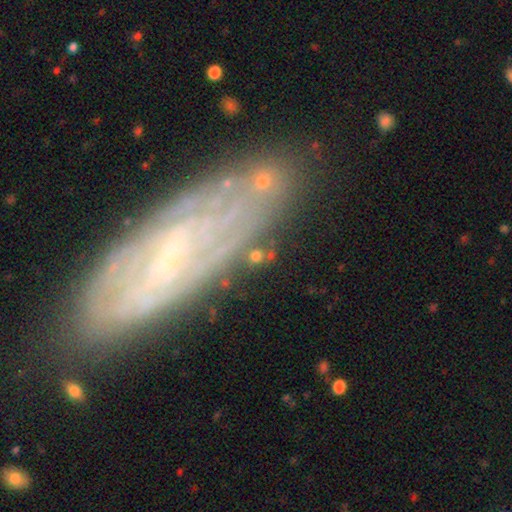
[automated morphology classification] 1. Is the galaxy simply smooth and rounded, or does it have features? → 50% smooth, 27% star or artifact, 23% featured or disk.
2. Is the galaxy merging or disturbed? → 76% none, 12% minor disturbance, 6% merger, 6% major disturbance.